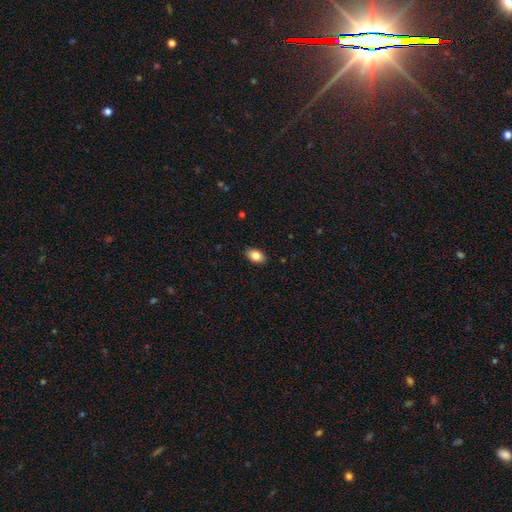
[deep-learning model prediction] smooth_or_featured: smooth (p=0.84) [alt: star or artifact p=0.08]
how_rounded: in between (p=0.85) [alt: round p=0.14]
merging: none (p=0.89) [alt: minor disturbance p=0.08]